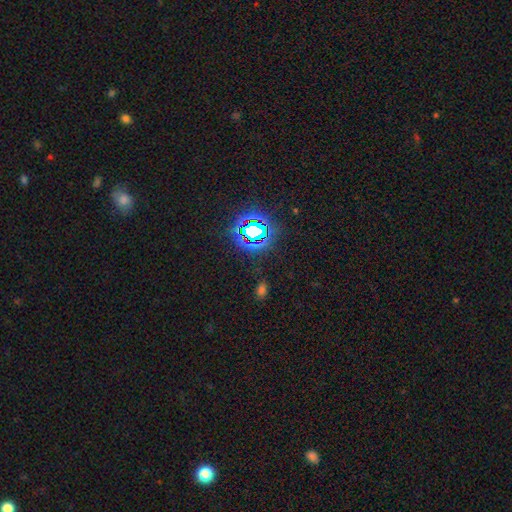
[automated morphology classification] Smooth or featured: star or artifact — 75% (smooth — 17%)